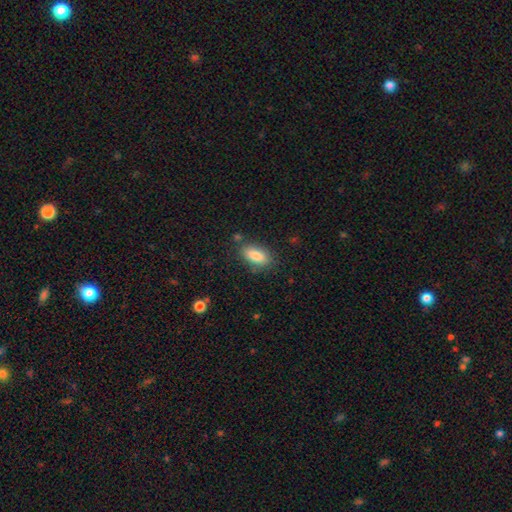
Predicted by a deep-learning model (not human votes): Smooth or featured?
  - smooth: 84% *
  - featured or disk: 8%
  - star or artifact: 7%
How rounded?
  - in between: 87% *
  - cigar-shaped: 9%
  - round: 4%
Merging?
  - none: 79% *
  - minor disturbance: 13%
  - merger: 4%
  - major disturbance: 4%